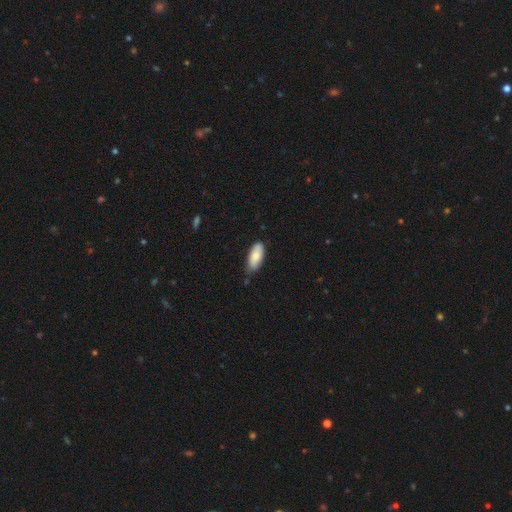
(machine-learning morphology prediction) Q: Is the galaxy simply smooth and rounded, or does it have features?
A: smooth — 81%.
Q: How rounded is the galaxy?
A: in between — 85%.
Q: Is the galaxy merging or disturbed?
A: none — 69%.